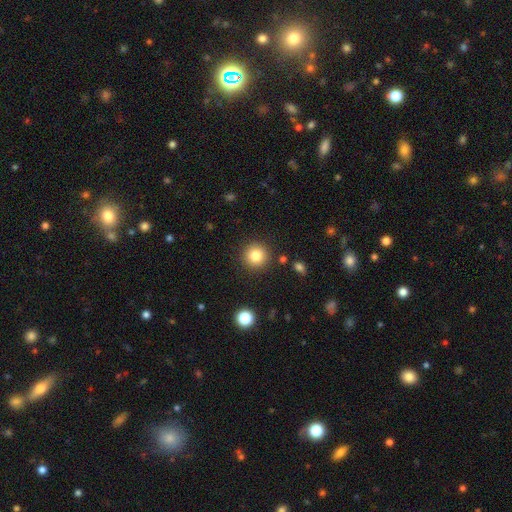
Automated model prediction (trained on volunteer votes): smooth 82%, star or artifact 11%, featured or disk 7%. Down the decision tree: how rounded — round (95%); merging — none (89%).